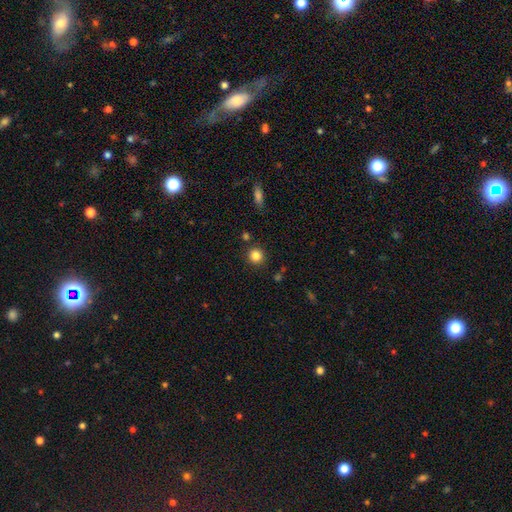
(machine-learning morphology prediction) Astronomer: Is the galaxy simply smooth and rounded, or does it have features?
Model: smooth — 84%.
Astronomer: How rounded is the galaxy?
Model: round — 91%.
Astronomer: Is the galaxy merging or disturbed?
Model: none — 87%.